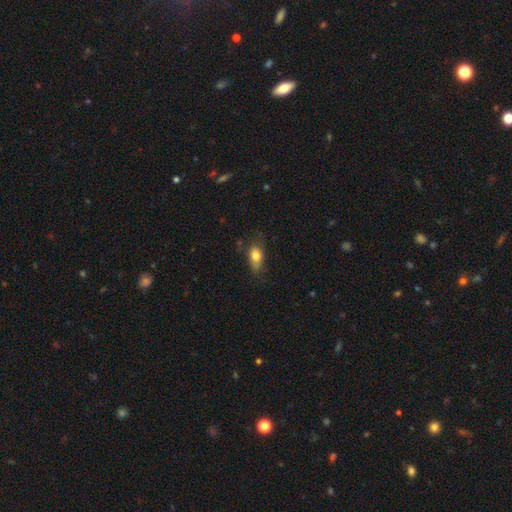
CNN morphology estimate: smooth-or-featured: smooth: 77% | featured or disk: 14% | star or artifact: 8%
  how-rounded: in between: 83% | round: 9% | cigar-shaped: 8%
  merging: none: 61% | minor disturbance: 28% | major disturbance: 8% | merger: 2%